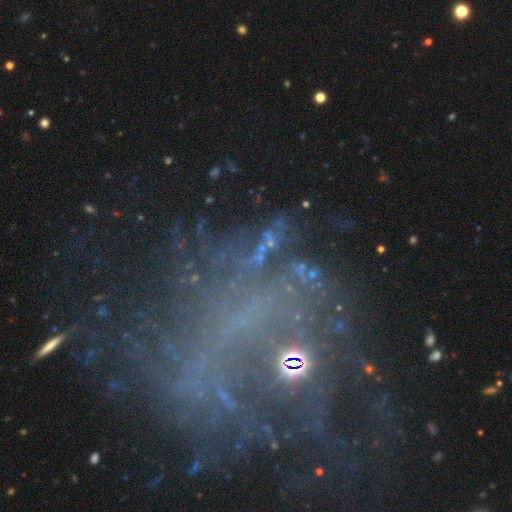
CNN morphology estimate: featured or disk 53%, star or artifact 32%, smooth 15%. Down the decision tree: edge-on disk — no (95%); merging — none (48%).